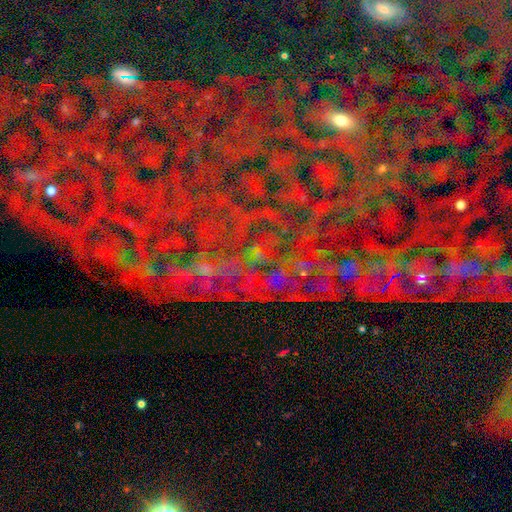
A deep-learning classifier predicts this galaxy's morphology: The model was most divided on "smooth or featured": star or artifact: 81%, featured or disk: 10%, smooth: 9%.